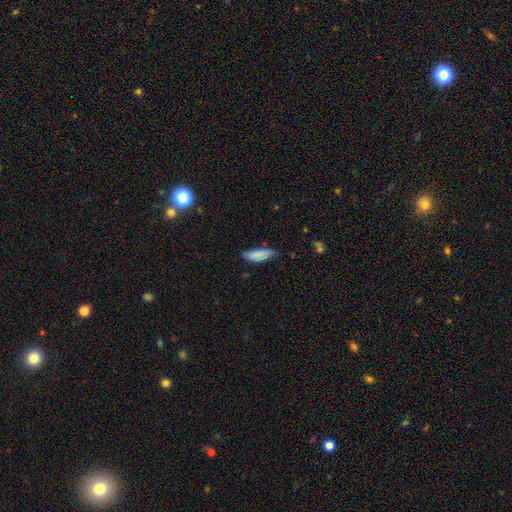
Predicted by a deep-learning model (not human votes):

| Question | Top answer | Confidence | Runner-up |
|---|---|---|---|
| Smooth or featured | smooth | 86% | featured or disk (8%) |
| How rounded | in between | 62% | cigar-shaped (37%) |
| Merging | none | 63% | minor disturbance (30%) |